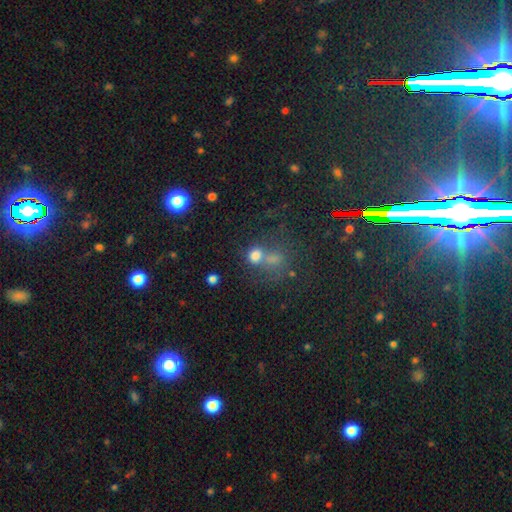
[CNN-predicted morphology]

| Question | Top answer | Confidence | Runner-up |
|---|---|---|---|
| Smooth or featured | smooth | 72% | star or artifact (17%) |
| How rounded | round | 69% | in between (29%) |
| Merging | none | 39% | merger (37%) |